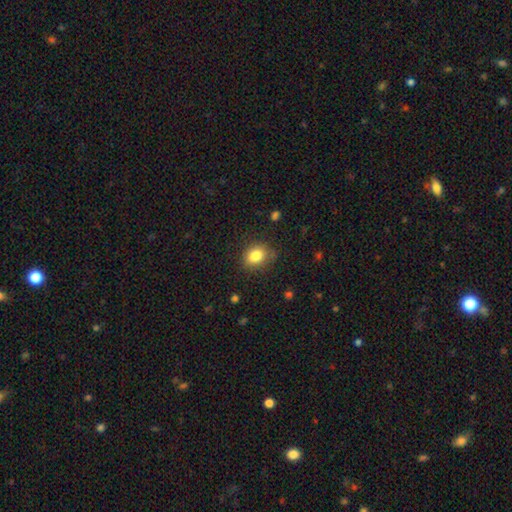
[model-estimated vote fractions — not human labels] smooth_or_featured: smooth (p=0.84) [alt: star or artifact p=0.10]
how_rounded: in between (p=0.52) [alt: round p=0.47]
merging: none (p=0.80) [alt: minor disturbance p=0.15]